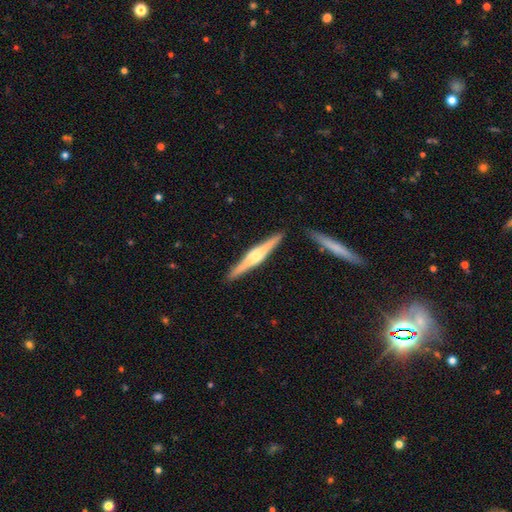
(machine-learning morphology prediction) Q: Smooth or featured?
A: featured or disk (73%); runner-up: smooth (22%)
Q: Edge-on disk?
A: yes (98%); runner-up: no (2%)
Q: Edge-on bulge?
A: rounded (80%); runner-up: boxy (14%)
Q: Merging?
A: none (89%); runner-up: minor disturbance (7%)